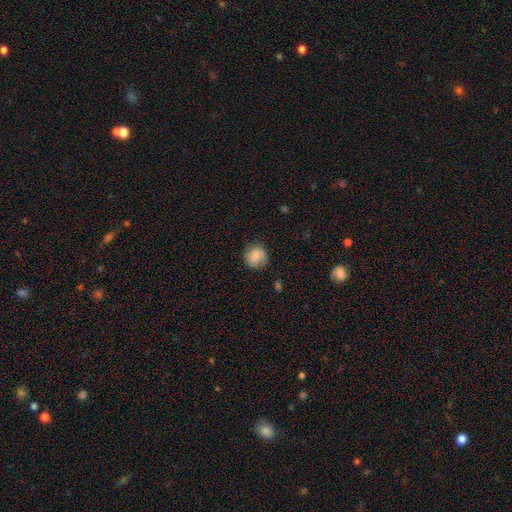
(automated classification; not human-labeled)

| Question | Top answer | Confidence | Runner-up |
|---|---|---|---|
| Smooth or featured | smooth | 76% | featured or disk (16%) |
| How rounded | round | 85% | in between (14%) |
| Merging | none | 74% | minor disturbance (19%) |